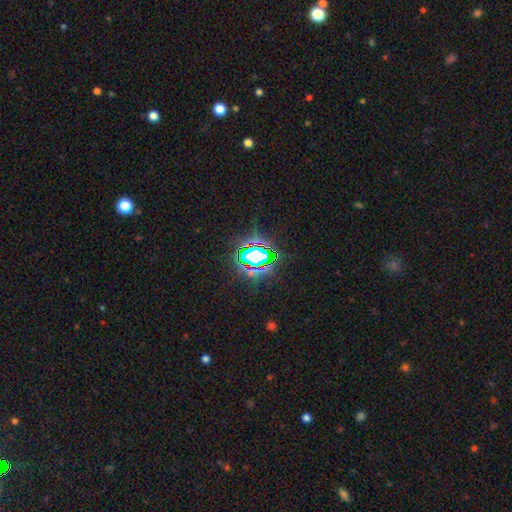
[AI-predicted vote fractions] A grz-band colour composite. It shows a star or artifact, not a galaxy (73%).